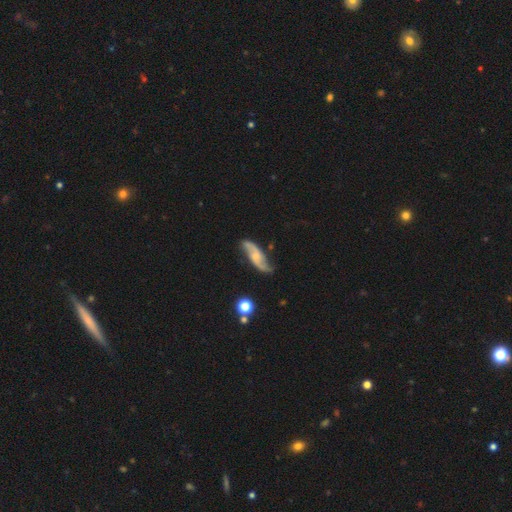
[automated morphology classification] Smooth or featured? Predicted: featured or disk (p=0.81). Edge-on disk? Predicted: no (p=0.92). Bar? Predicted: no (p=0.55). Spiral arms? Predicted: yes (p=0.96). Spiral winding? Predicted: loose (p=0.62). Spiral arm count? Predicted: 2 (p=0.92). Bulge size? Predicted: small (p=0.56). Merging? Predicted: none (p=0.73).